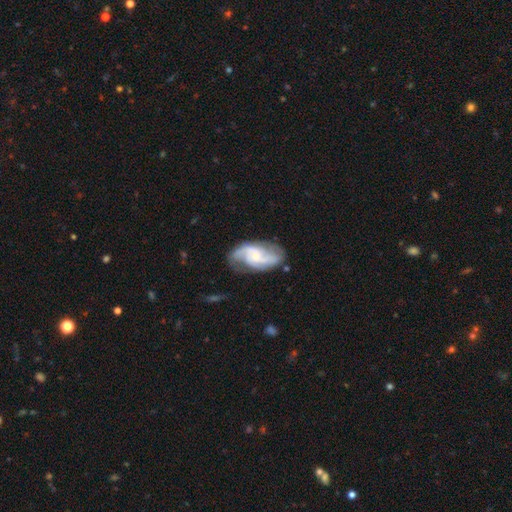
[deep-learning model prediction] The model was most divided on "bar": no: 52%, weak: 39%, strong: 9%. Remaining: edge-on disk — no (97%); spiral arms — yes (96%); smooth or featured — featured or disk (82%); spiral arm count — 2 (70%); merging — none (67%); bulge size — small (60%); spiral winding — medium (48%).